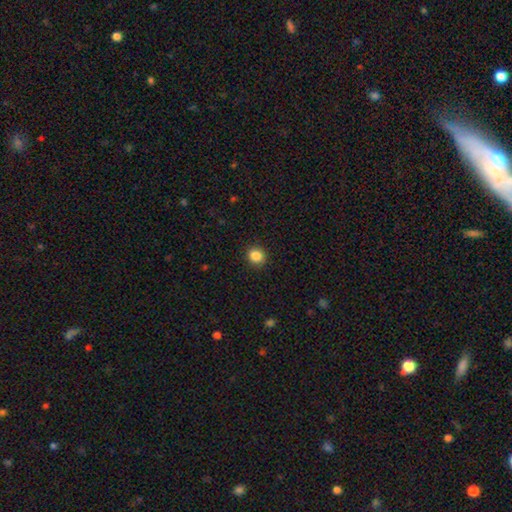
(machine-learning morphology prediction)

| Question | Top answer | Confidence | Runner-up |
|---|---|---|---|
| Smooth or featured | smooth | 86% | star or artifact (10%) |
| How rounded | round | 80% | in between (19%) |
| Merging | none | 90% | minor disturbance (7%) |